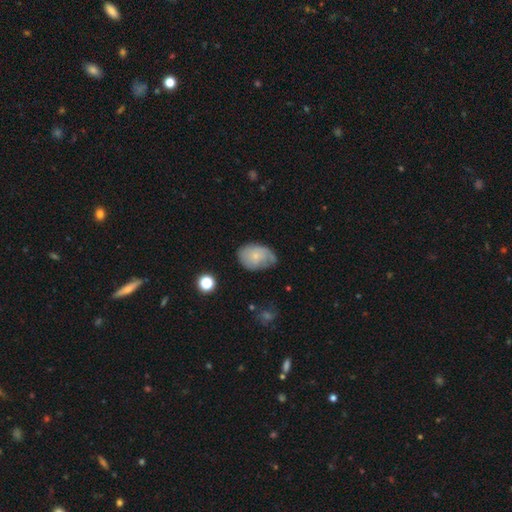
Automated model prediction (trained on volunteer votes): smooth 52%, featured or disk 39%, star or artifact 8%. Down the decision tree: how rounded — in between (78%); merging — none (46%).